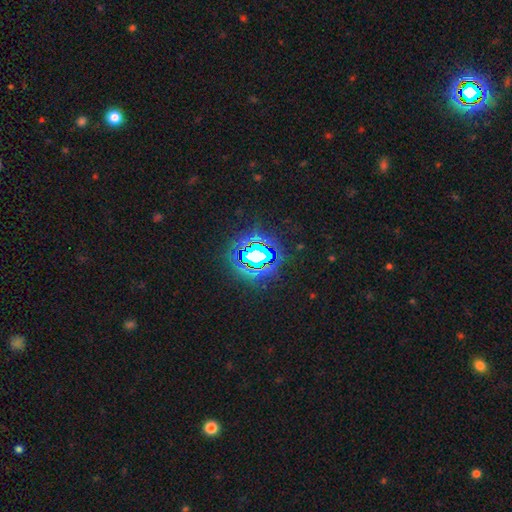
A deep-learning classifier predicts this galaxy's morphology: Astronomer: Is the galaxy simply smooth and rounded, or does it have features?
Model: star or artifact — 73%.